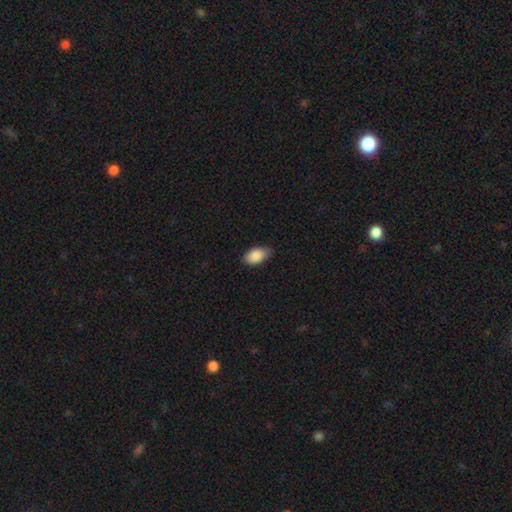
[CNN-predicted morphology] A smooth galaxy with no disk features (88%) that is in between round and cigar-shaped (93%). Merging: none (75%).